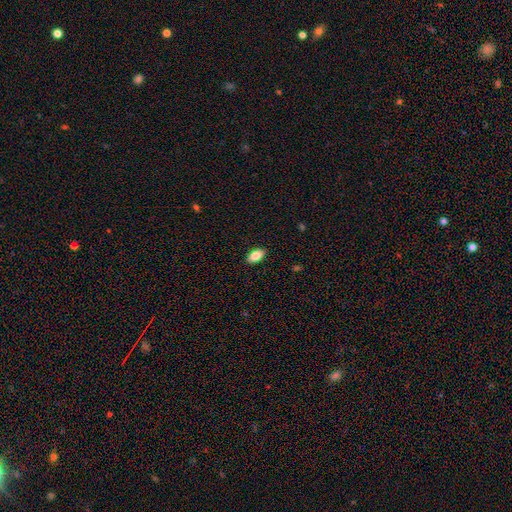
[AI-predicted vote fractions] smooth_or_featured: smooth (p=0.85) [alt: featured or disk p=0.08]
how_rounded: in between (p=0.92) [alt: cigar-shaped p=0.04]
merging: none (p=0.89) [alt: minor disturbance p=0.08]